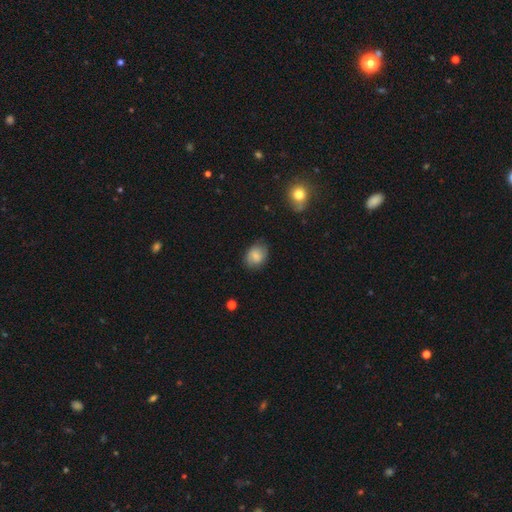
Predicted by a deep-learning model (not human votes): A smooth galaxy with no disk features (79%) that is in between round and cigar-shaped (61%). Merging: none (77%).